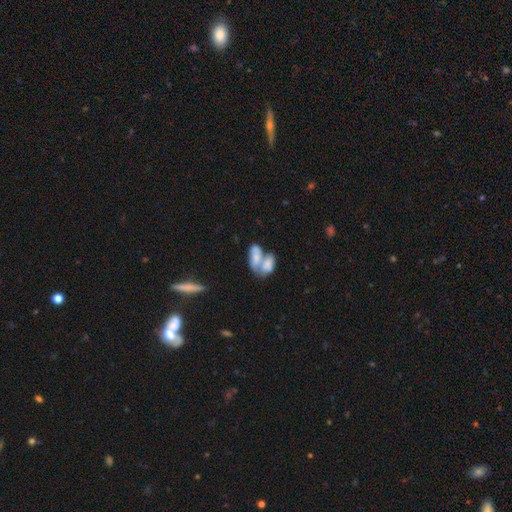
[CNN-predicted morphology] The model was most divided on "smooth or featured": smooth: 60%, featured or disk: 32%, star or artifact: 8%. More confident: how rounded — in between (89%); merging — merger (74%).